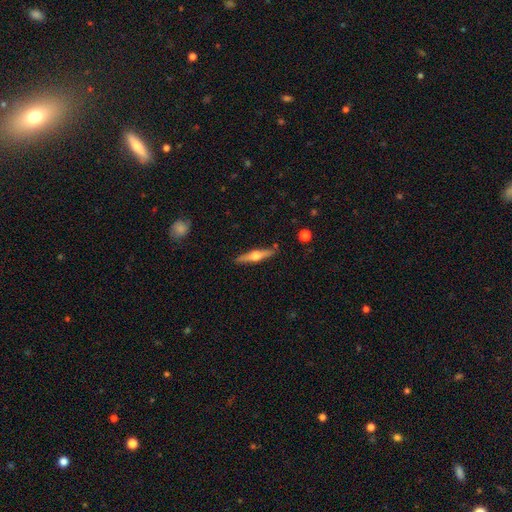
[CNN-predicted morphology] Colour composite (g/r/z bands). It shows a featured or disk galaxy (68%) viewed edge-on (97%) with a rounded central bulge (94%). Merging: none (89%).